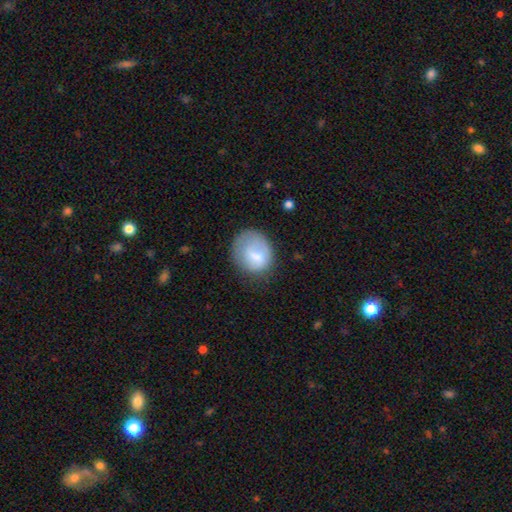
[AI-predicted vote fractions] Overall: smooth (73%). How rounded: round (62%; in between 37%). Merging: none (57%; minor disturbance 26%).